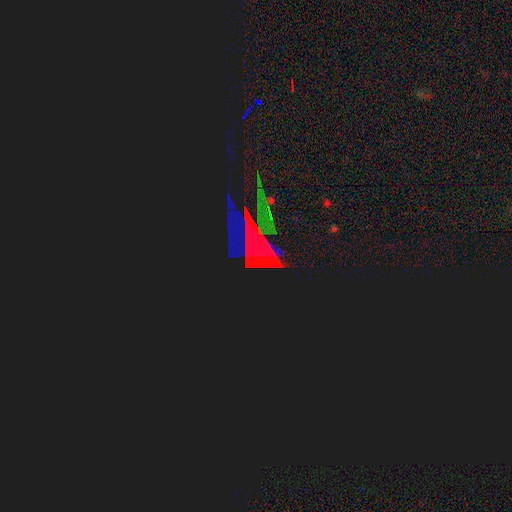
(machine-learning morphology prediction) Smooth or featured: star or artifact — 73% (featured or disk — 14%)